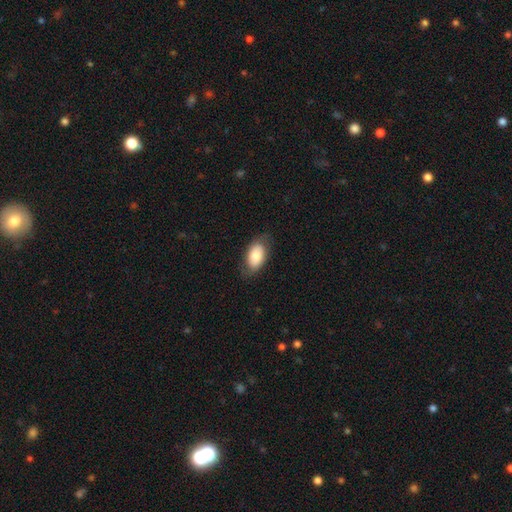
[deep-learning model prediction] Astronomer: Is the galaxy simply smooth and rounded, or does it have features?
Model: smooth — 79%.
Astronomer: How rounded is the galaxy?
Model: in between — 93%.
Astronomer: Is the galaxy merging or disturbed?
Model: none — 77%.